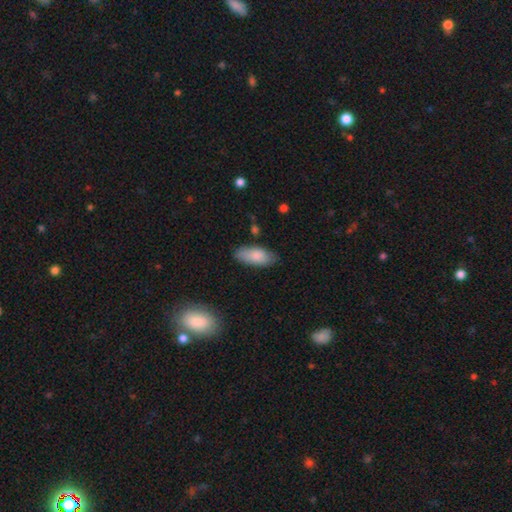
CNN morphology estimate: This is clearly a smooth galaxy (83%). How rounded: clearly in between (87%). Merging: likely none (77%).